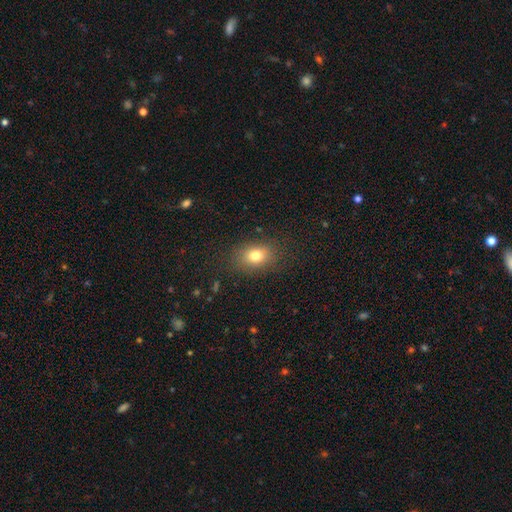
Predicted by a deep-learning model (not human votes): smooth-or-featured: smooth: 78% | star or artifact: 12% | featured or disk: 10%
  how-rounded: in between: 67% | round: 32% | cigar-shaped: 1%
  merging: none: 81% | minor disturbance: 13% | major disturbance: 5% | merger: 1%